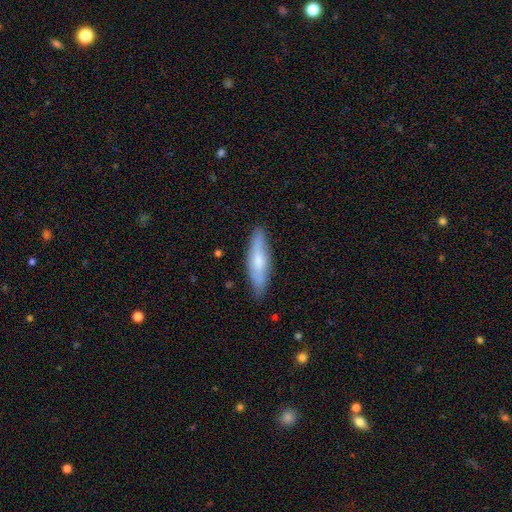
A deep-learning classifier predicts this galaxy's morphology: Smooth or featured: smooth — 55% (featured or disk — 36%)
How rounded: cigar-shaped — 74% (in between — 24%)
Merging: none — 88% (minor disturbance — 9%)